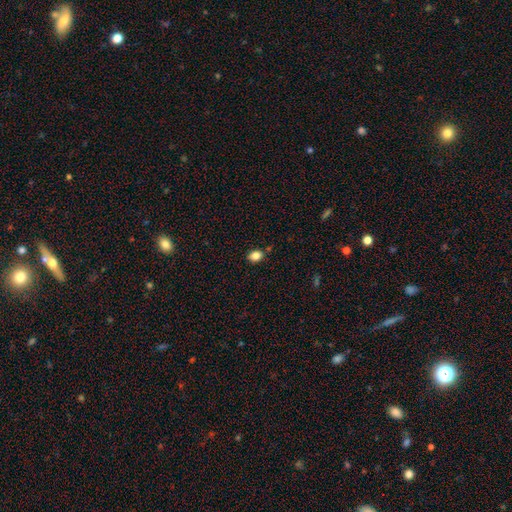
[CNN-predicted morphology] This is clearly a smooth galaxy (84%). How rounded: likely in between (69%). Merging: clearly none (82%).